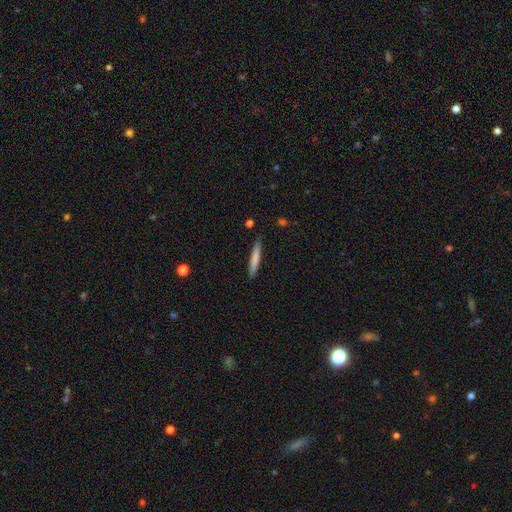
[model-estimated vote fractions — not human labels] Smooth or featured? smooth (70%)
How rounded? cigar-shaped (95%)
Merging? none (88%)